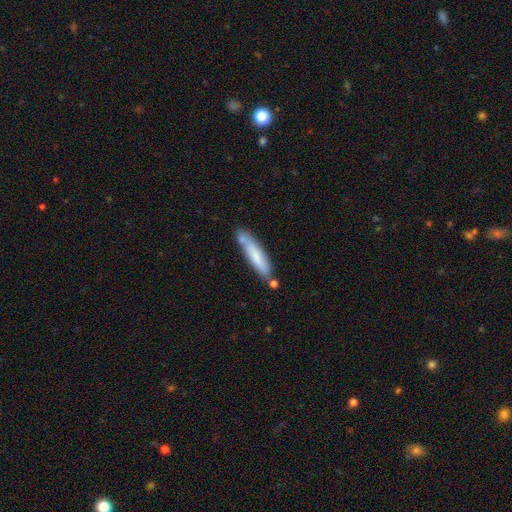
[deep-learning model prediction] Smooth or featured: smooth — 69% (featured or disk — 25%)
How rounded: cigar-shaped — 83% (in between — 15%)
Merging: none — 63% (minor disturbance — 19%)